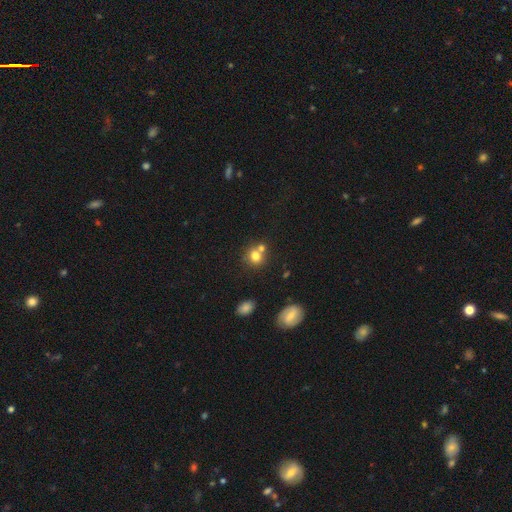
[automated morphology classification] This appears to be a smooth galaxy with no disk features (74%) that is round (82%). Merging: none (51%).